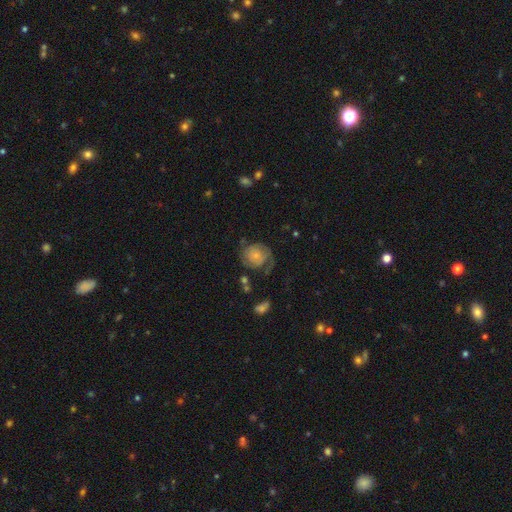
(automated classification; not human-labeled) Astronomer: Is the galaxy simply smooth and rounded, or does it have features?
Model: featured or disk — 50% (runner-up: smooth, 42%).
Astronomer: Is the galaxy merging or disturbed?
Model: none — 49% (runner-up: minor disturbance, 24%).